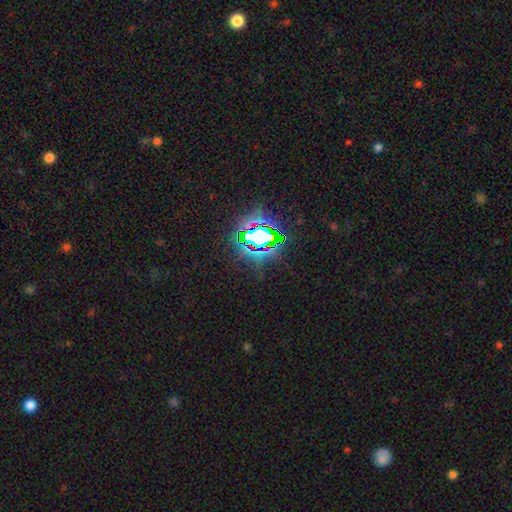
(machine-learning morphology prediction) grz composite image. It shows a star or artifact, not a galaxy (81%).